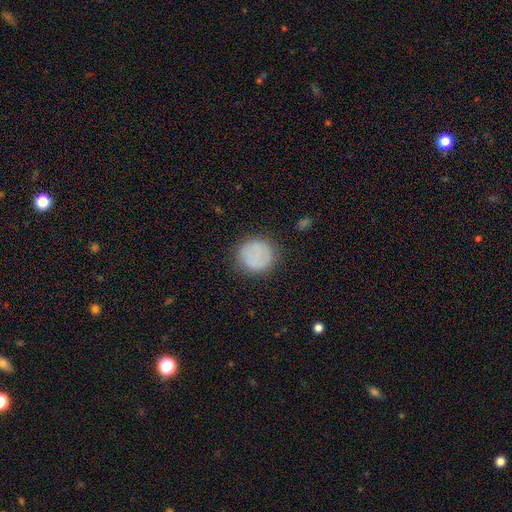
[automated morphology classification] The model was most divided on "smooth or featured": smooth: 77%, featured or disk: 15%, star or artifact: 8%. More confident: how rounded — round (92%); merging — none (83%).